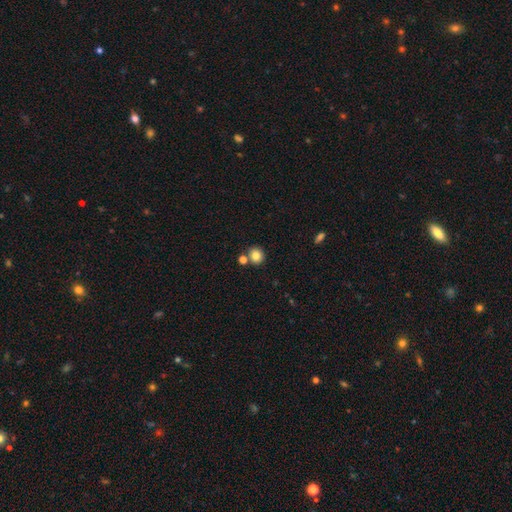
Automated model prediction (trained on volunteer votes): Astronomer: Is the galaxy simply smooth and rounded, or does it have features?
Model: smooth — 82%.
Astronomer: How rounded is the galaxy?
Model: round — 87%.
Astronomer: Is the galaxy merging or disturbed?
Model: none — 74%.